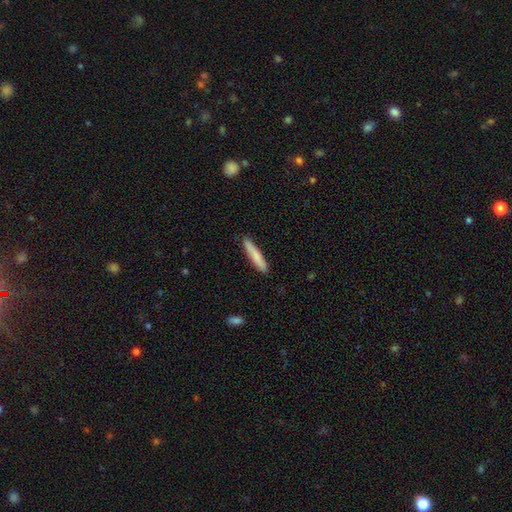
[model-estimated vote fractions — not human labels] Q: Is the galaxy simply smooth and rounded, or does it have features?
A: smooth — 78%.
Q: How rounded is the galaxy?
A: cigar-shaped — 92%.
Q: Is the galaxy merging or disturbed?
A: none — 88%.